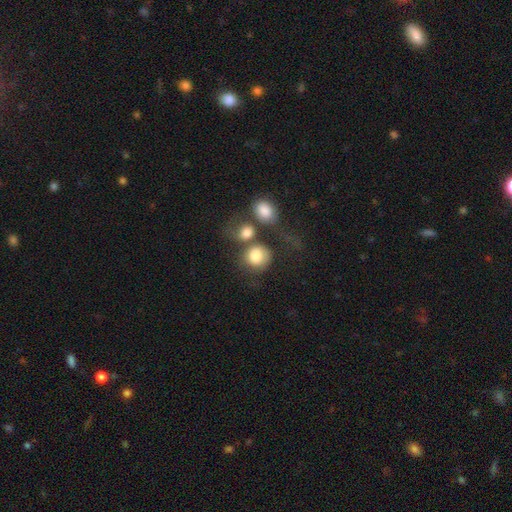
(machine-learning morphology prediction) A smooth galaxy with no disk features (80%) that is round (77%).

Vote fractions:
- Smooth or featured? smooth: 80% / featured or disk: 12% / star or artifact: 8%
- How rounded? round: 77% / in between: 22% / cigar-shaped: 1%
- Merging? merger: 37% / none: 35% / major disturbance: 14% / minor disturbance: 14%